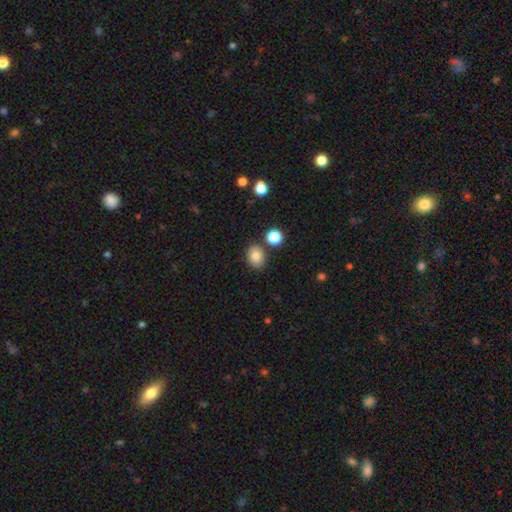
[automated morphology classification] type=smooth (83%); roundness=in between (57%); merging=none (80%).